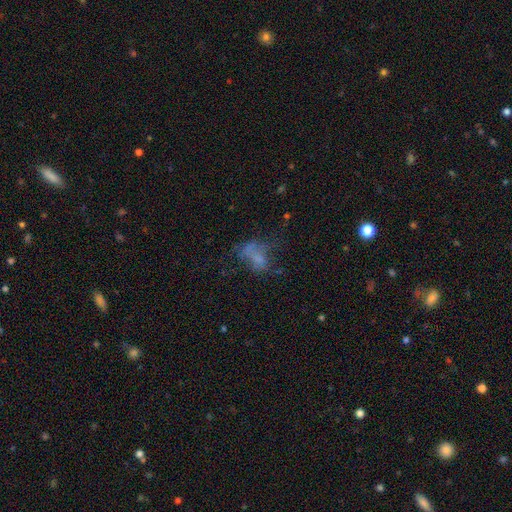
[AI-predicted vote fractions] Overall: smooth (42%; featured or disk 37%). Merging: major disturbance (38%; none 33%).